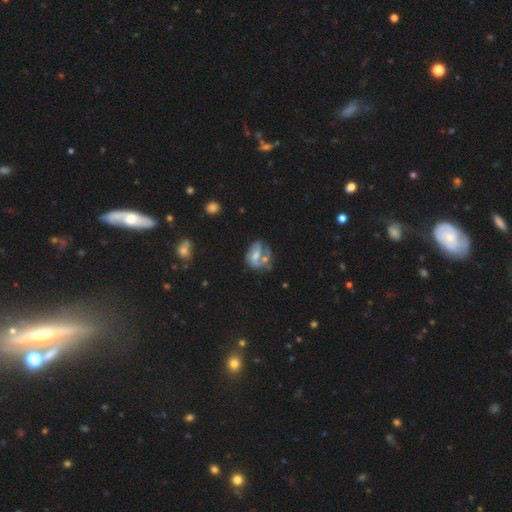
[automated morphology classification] Q: Smooth or featured?
A: featured or disk (61%); runner-up: smooth (30%)
Q: Edge-on disk?
A: no (97%); runner-up: yes (3%)
Q: Bar?
A: no (47%); runner-up: weak (38%)
Q: Spiral arms?
A: yes (60%); runner-up: no (40%)
Q: Bulge size?
A: moderate (45%); runner-up: small (33%)
Q: Merging?
A: none (33%); runner-up: major disturbance (24%)